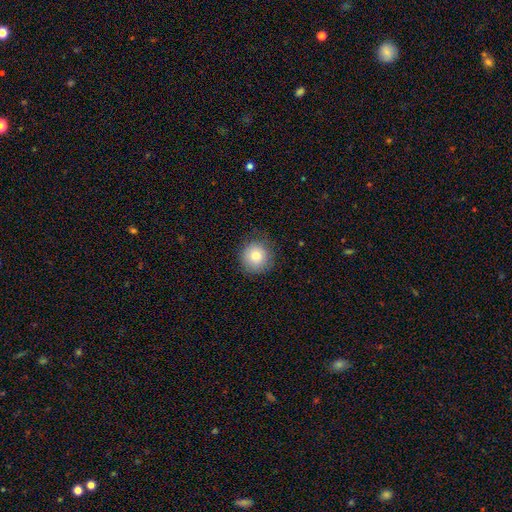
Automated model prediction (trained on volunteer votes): Morphology: type=smooth (81%); roundness=round (94%); merging=none (82%).